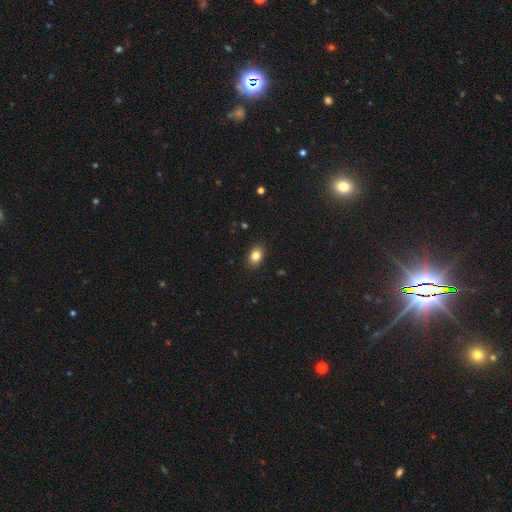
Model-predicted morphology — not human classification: smooth-or-featured: smooth: 83% | star or artifact: 9% | featured or disk: 8%
  how-rounded: in between: 78% | round: 21% | cigar-shaped: 1%
  merging: none: 89% | minor disturbance: 8% | major disturbance: 2% | merger: 1%